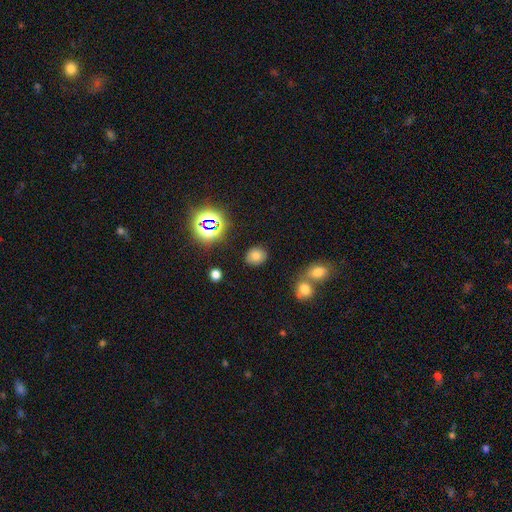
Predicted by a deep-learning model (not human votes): A smooth galaxy with no disk features (70%) that is round (62%). Merging: none (83%).